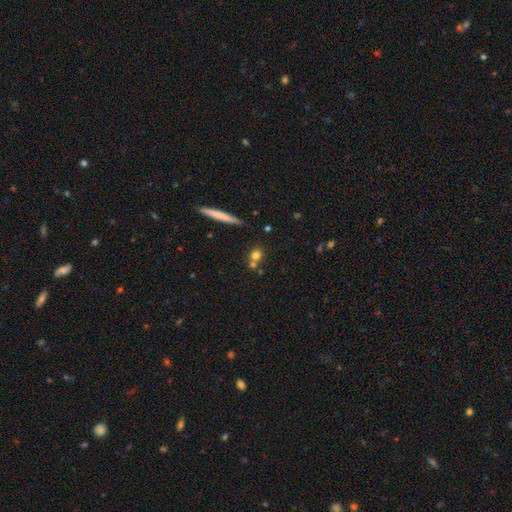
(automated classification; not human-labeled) Smooth or featured? smooth (70%)
How rounded? round (73%)
Merging? none (57%)